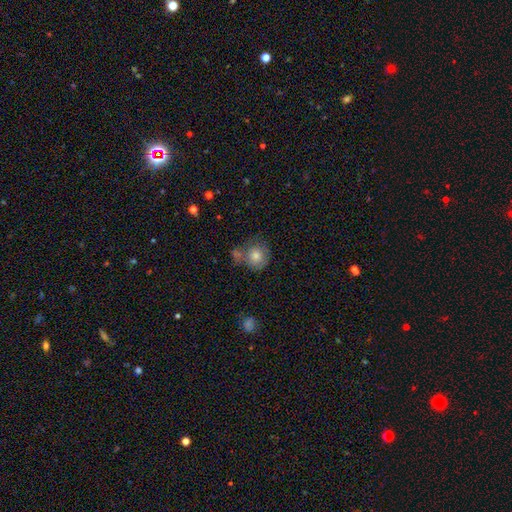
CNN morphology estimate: A smooth galaxy with no disk features (68%) that is round (88%).

Vote fractions:
- Smooth or featured? smooth: 68% / featured or disk: 20% / star or artifact: 12%
- How rounded? round: 88% / in between: 11% / cigar-shaped: 1%
- Merging? none: 58% / merger: 20% / minor disturbance: 16% / major disturbance: 7%